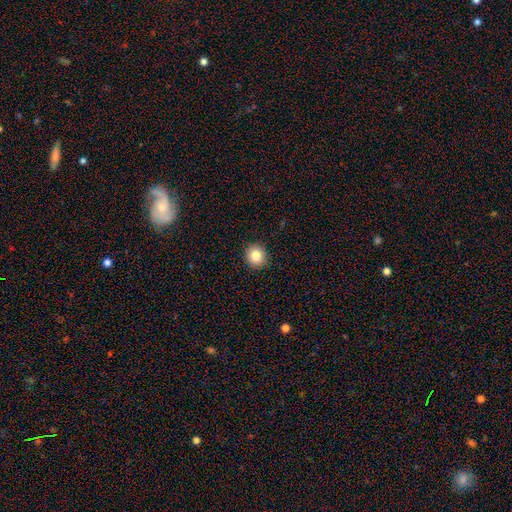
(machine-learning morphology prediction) The model was most divided on "smooth or featured": smooth: 83%, star or artifact: 10%, featured or disk: 7%. More confident: merging — none (92%); how rounded — round (90%).